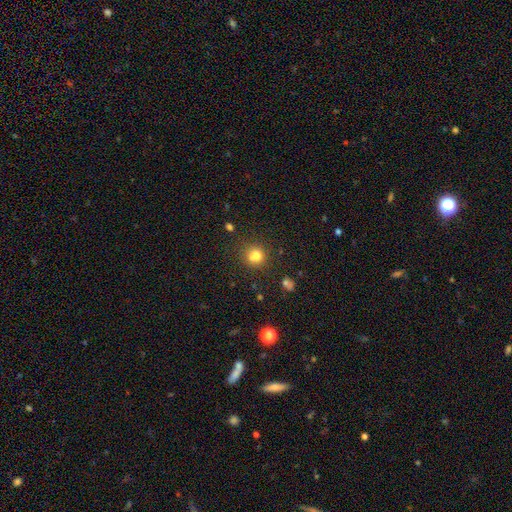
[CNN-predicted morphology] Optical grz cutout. It shows a smooth galaxy with no disk features (79%) that is round (85%). Merging: none (76%).